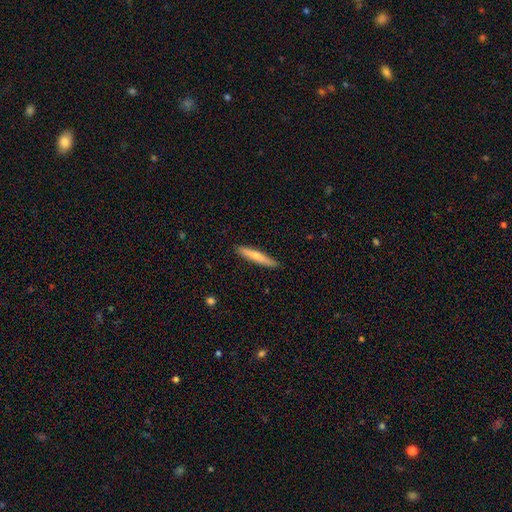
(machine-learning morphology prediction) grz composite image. It shows a smooth galaxy with no disk features (66%) that is cigar-shaped (92%). Merging: none (89%).